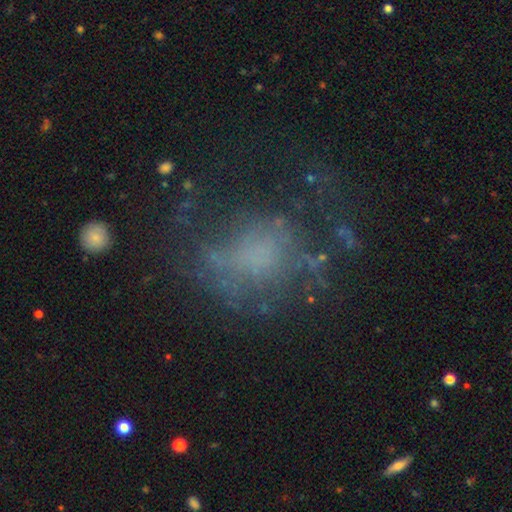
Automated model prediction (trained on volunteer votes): A featured or disk galaxy (43%). Merging: none (45%).